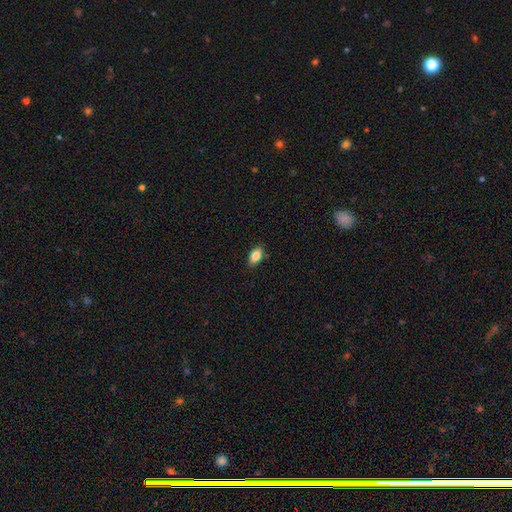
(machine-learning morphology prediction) This is clearly a smooth galaxy (86%). How rounded: clearly in between (90%). Merging: clearly none (85%).